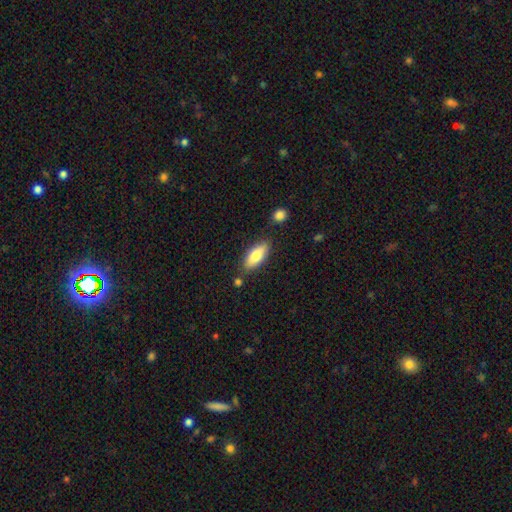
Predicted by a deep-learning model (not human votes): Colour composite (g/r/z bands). It shows a smooth galaxy with no disk features (78%) that is in between round and cigar-shaped (75%). Merging: none (79%).